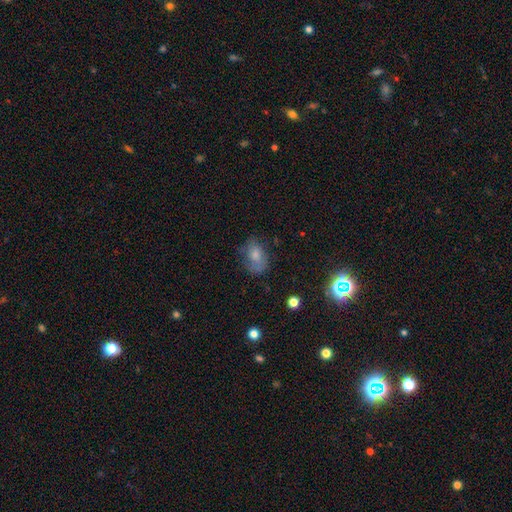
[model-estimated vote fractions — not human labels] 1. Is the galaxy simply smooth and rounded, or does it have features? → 68% smooth, 21% featured or disk, 11% star or artifact.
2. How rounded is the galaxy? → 81% in between, 17% round, 2% cigar-shaped.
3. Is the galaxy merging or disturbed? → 56% none, 27% minor disturbance, 14% major disturbance, 3% merger.